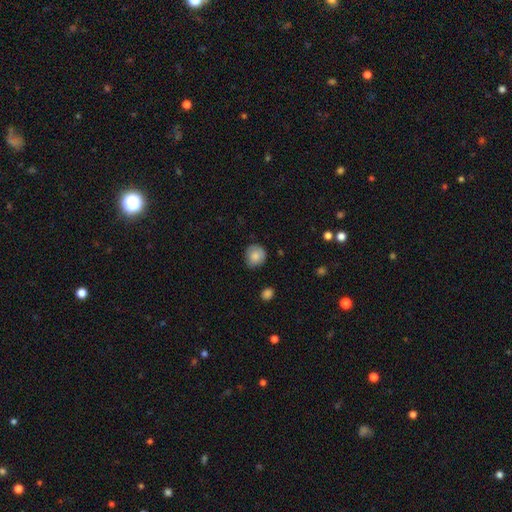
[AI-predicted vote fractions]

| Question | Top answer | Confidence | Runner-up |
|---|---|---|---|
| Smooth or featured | smooth | 82% | featured or disk (11%) |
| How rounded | round | 84% | in between (15%) |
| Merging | none | 77% | minor disturbance (18%) |